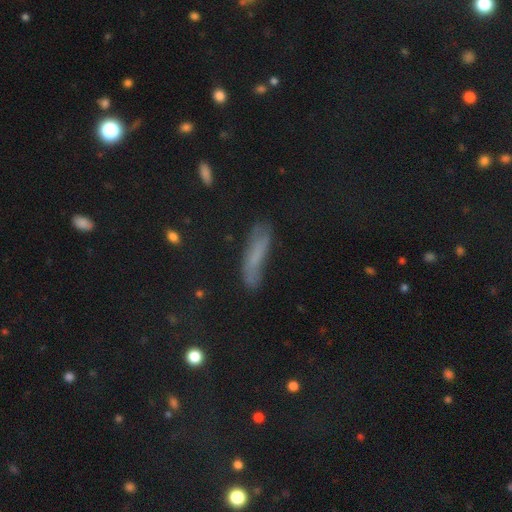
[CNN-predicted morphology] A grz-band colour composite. It shows a smooth galaxy with no disk features (55%) that is cigar-shaped (72%). Merging: none (60%).